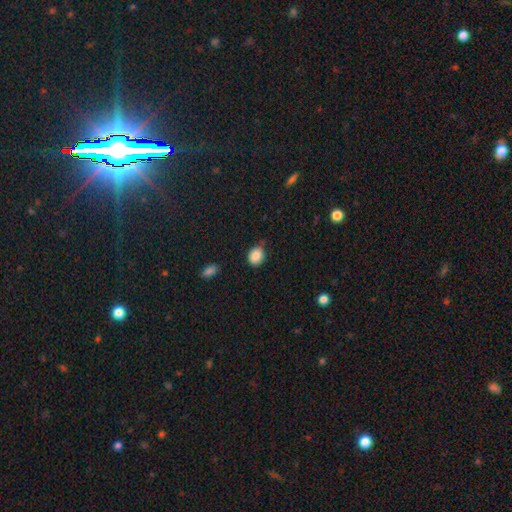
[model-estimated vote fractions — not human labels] Q: Smooth or featured?
A: smooth (87%); runner-up: star or artifact (9%)
Q: How rounded?
A: round (55%); runner-up: in between (44%)
Q: Merging?
A: none (72%); runner-up: minor disturbance (21%)